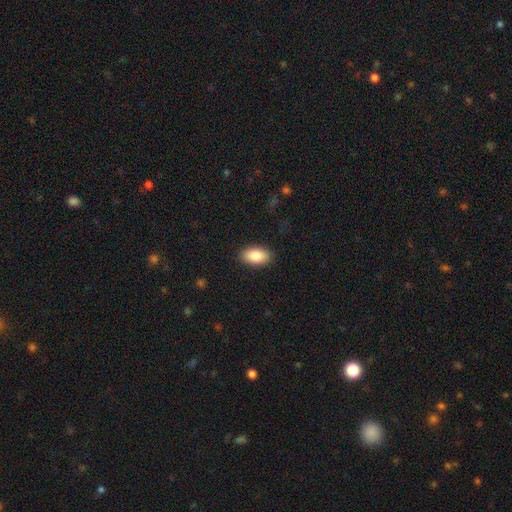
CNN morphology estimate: smooth 85%, featured or disk 8%, star or artifact 7%. Down the decision tree: how rounded — in between (94%); merging — none (89%).